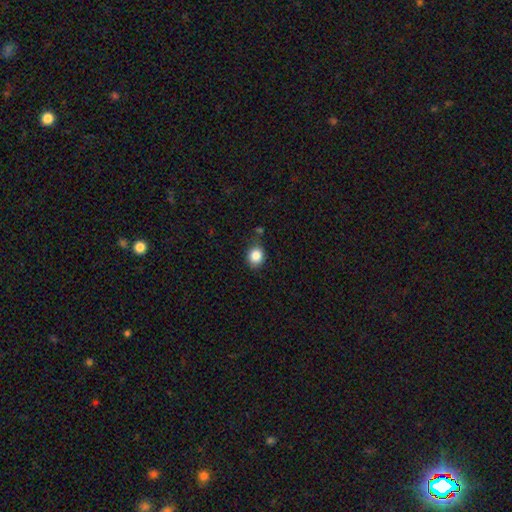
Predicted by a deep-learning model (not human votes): Smooth or featured? Predicted: smooth (p=0.85). How rounded? Predicted: round (p=0.71). Merging? Predicted: none (p=0.76).